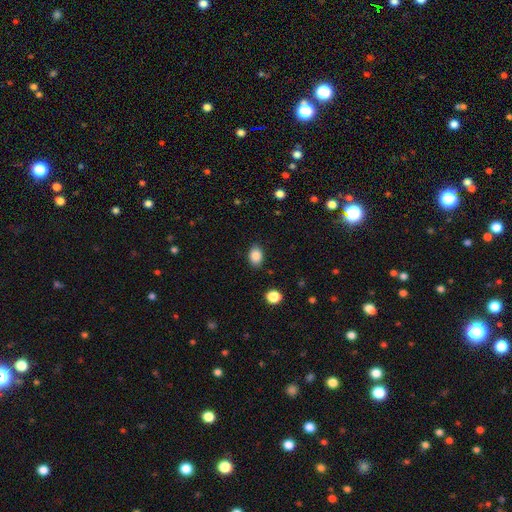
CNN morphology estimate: Overall: smooth (87%). How rounded: in between (78%). Merging: none (86%).